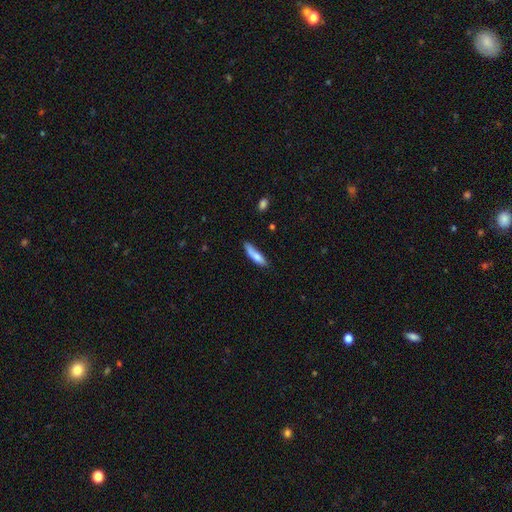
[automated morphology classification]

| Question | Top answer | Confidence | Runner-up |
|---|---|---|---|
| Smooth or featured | smooth | 77% | featured or disk (17%) |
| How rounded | cigar-shaped | 73% | in between (25%) |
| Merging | none | 63% | minor disturbance (27%) |